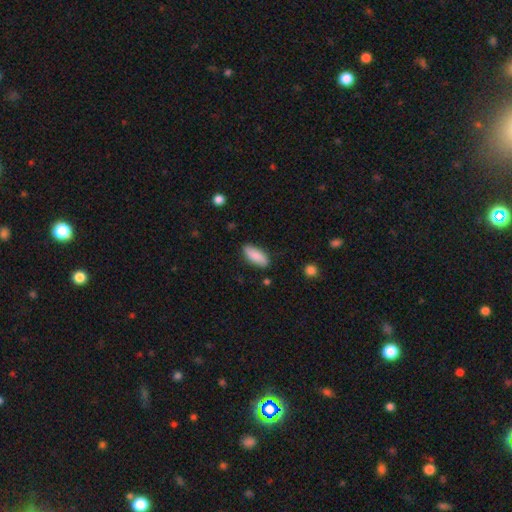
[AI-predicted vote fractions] Overall: smooth (86%). How rounded: in between (81%). Merging: none (84%).